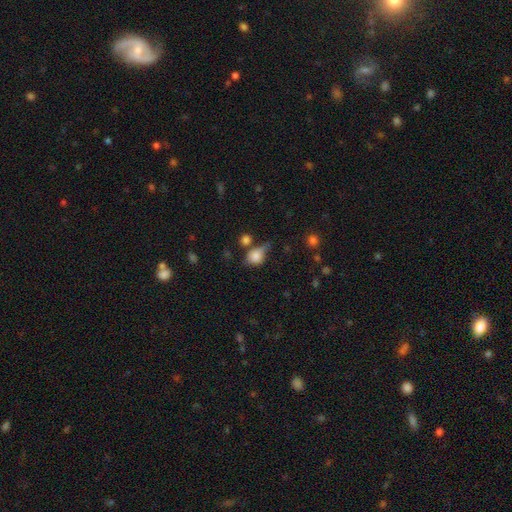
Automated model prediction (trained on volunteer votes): The model was most divided on "merging": none: 38%, minor disturbance: 30%, major disturbance: 17%, merger: 15%. More confident: smooth or featured — smooth (72%); how rounded — round (54%).